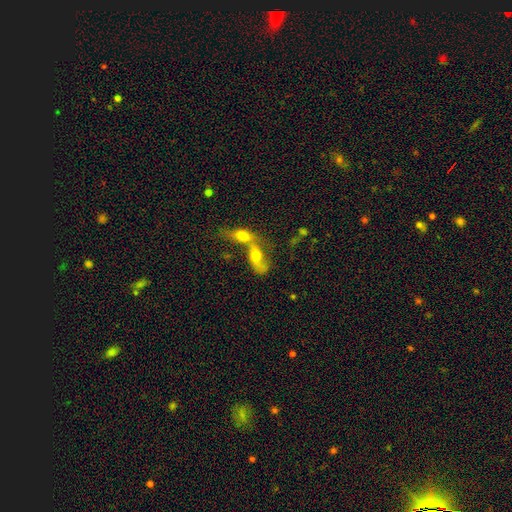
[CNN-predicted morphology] smooth-or-featured: smooth: 56% | featured or disk: 33% | star or artifact: 11%
  how-rounded: in between: 74% | round: 14% | cigar-shaped: 12%
  merging: merger: 78% | none: 12% | major disturbance: 5% | minor disturbance: 5%